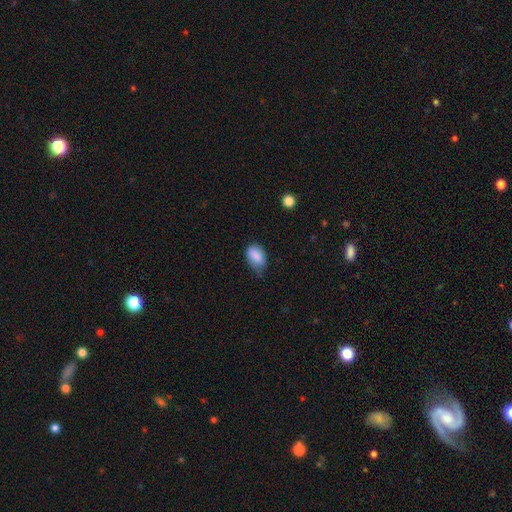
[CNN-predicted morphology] Smooth or featured? Predicted: smooth (p=0.86). How rounded? Predicted: in between (p=0.88). Merging? Predicted: none (p=0.49).